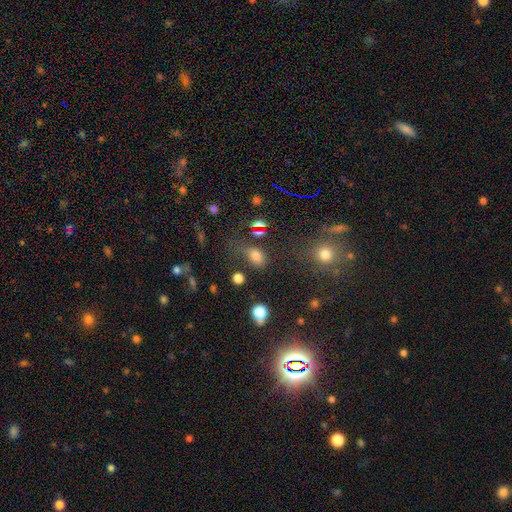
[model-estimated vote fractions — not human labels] smooth 73%, star or artifact 19%, featured or disk 8%. Down the decision tree: how rounded — in between (73%); merging — none (61%).